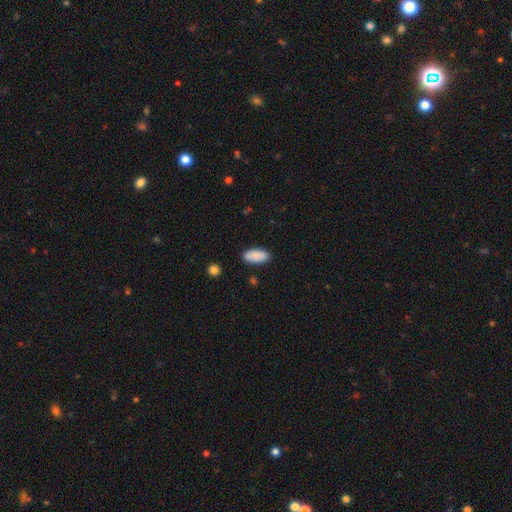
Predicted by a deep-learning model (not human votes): A smooth galaxy with no disk features (89%) that is in between round and cigar-shaped (89%). Merging: none (86%).